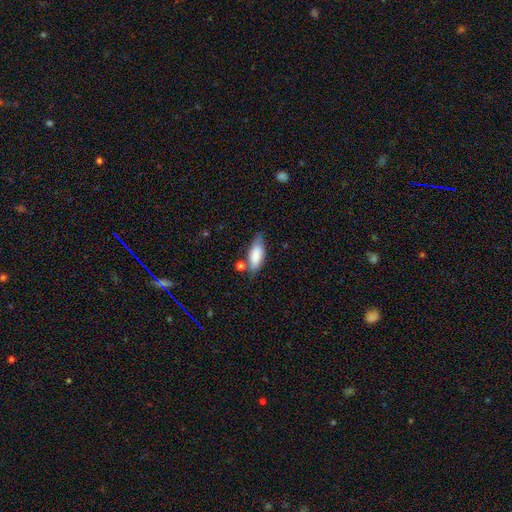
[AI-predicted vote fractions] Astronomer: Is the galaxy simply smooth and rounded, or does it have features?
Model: smooth — 80%.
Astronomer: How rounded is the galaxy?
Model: in between — 79%.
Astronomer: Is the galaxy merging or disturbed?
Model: none — 59%.